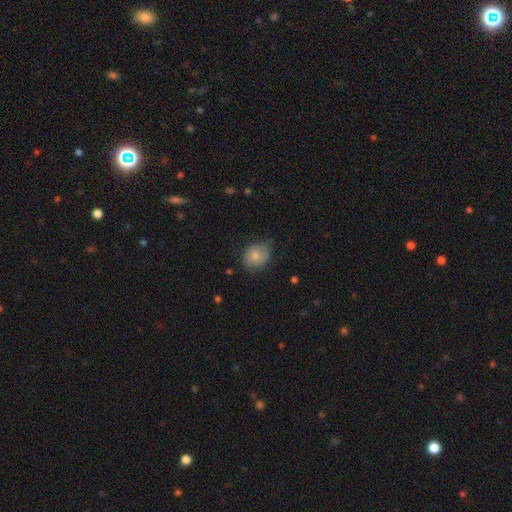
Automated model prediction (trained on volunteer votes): Smooth or featured? Predicted: smooth (p=0.79). How rounded? Predicted: in between (p=0.54). Merging? Predicted: none (p=0.64).